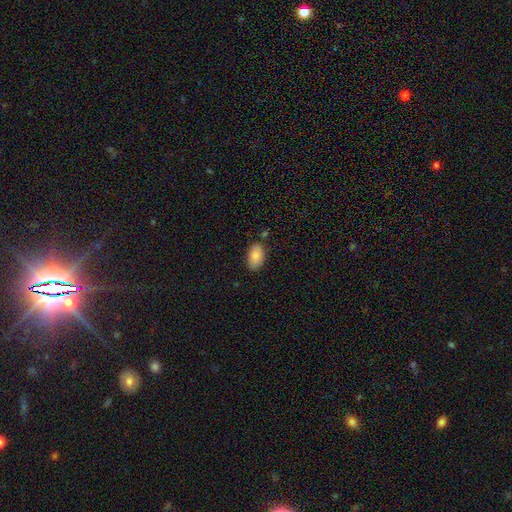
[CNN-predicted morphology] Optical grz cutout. It shows a smooth galaxy with no disk features (87%) that is in between round and cigar-shaped (94%). Merging: none (79%).